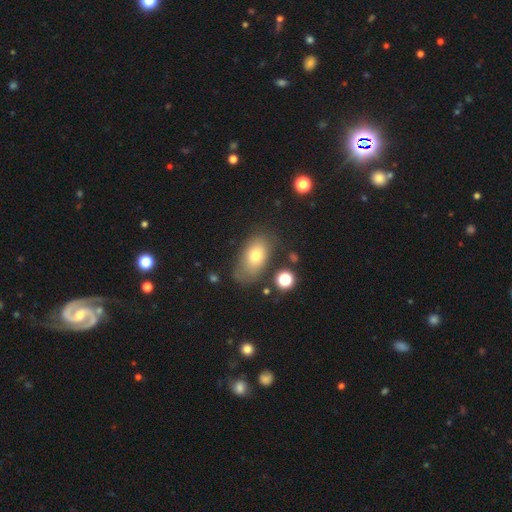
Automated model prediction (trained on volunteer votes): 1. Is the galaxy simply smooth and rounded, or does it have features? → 72% smooth, 18% featured or disk, 9% star or artifact.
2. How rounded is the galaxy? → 89% in between, 9% round, 2% cigar-shaped.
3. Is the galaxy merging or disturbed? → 66% none, 21% minor disturbance, 8% major disturbance, 5% merger.